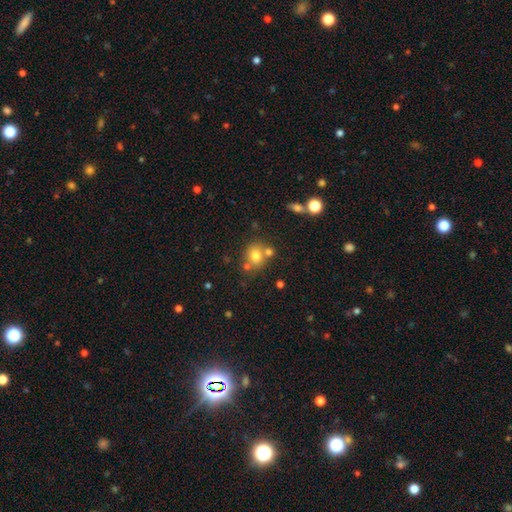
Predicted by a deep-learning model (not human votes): Smooth or featured?
  - smooth: 75% *
  - star or artifact: 13%
  - featured or disk: 12%
How rounded?
  - round: 72% *
  - in between: 27%
  - cigar-shaped: 1%
Merging?
  - none: 60% *
  - merger: 25%
  - minor disturbance: 12%
  - major disturbance: 4%